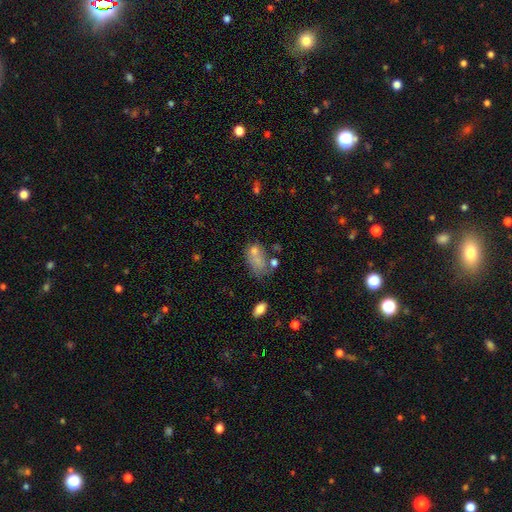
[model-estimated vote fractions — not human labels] A smooth galaxy with no disk features (62%) that is in between round and cigar-shaped (84%). Merging: none (34%).